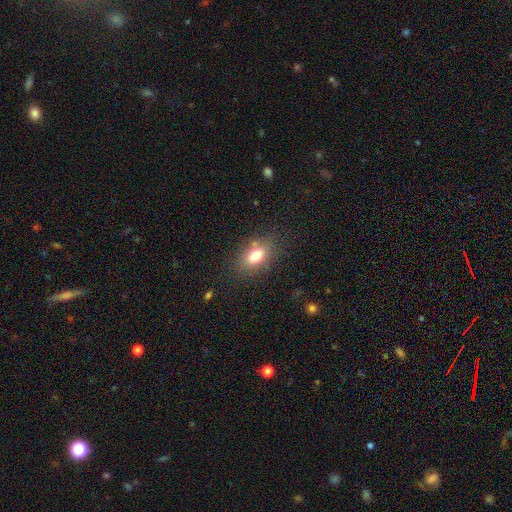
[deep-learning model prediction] A smooth galaxy with no disk features (75%) that is in between round and cigar-shaped (84%). Merging: none (78%).